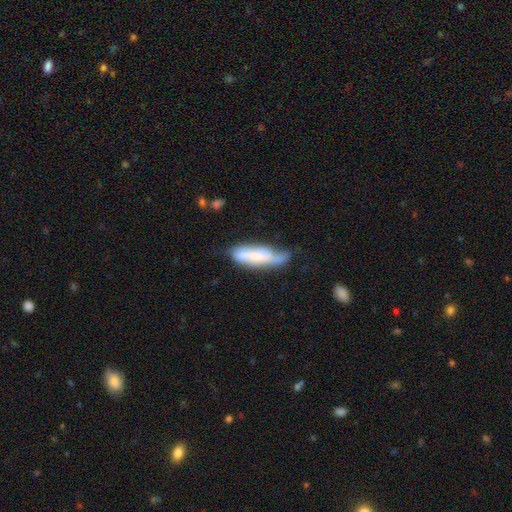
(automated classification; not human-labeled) smooth 59%, featured or disk 34%, star or artifact 7%. Down the decision tree: how rounded — cigar-shaped (58%); merging — none (41%).